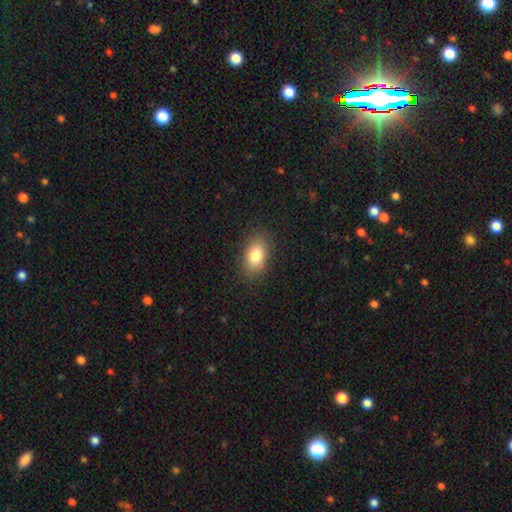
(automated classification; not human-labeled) Morphology: type=smooth (82%); roundness=in between (86%); merging=none (86%).